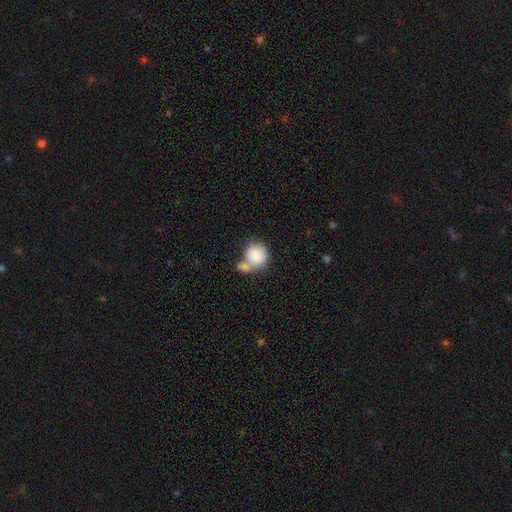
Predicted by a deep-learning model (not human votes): A smooth galaxy with no disk features (85%) that is round (80%). Merging: merger (47%).